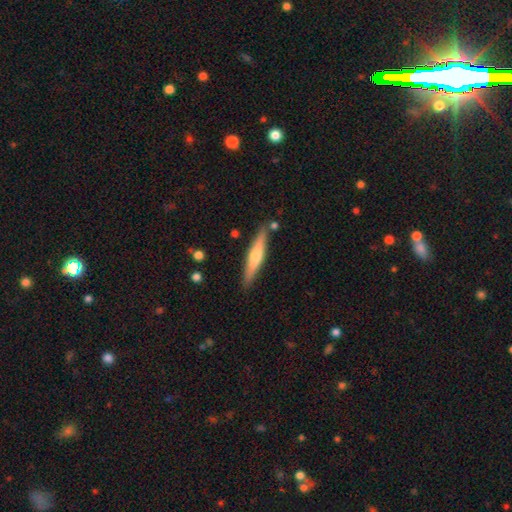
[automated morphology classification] A featured or disk galaxy (51%) viewed edge-on (95%).

Vote fractions:
- Smooth or featured? featured or disk: 51% / smooth: 43% / star or artifact: 6%
- Edge-on disk? yes: 95% / no: 5%
- Merging? none: 87% / minor disturbance: 9% / merger: 3% / major disturbance: 2%